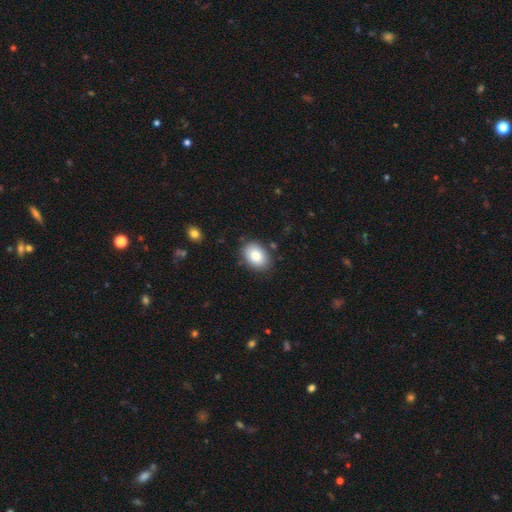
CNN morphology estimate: smooth_or_featured: smooth (p=0.86) [alt: featured or disk p=0.07]
how_rounded: in between (p=0.82) [alt: round p=0.17]
merging: none (p=0.84) [alt: minor disturbance p=0.11]